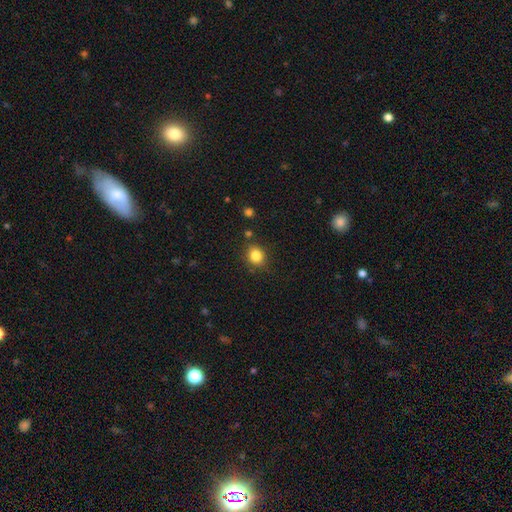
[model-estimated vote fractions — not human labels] Smooth or featured: smooth — 83% (star or artifact — 11%)
How rounded: round — 71% (in between — 28%)
Merging: none — 82% (minor disturbance — 11%)